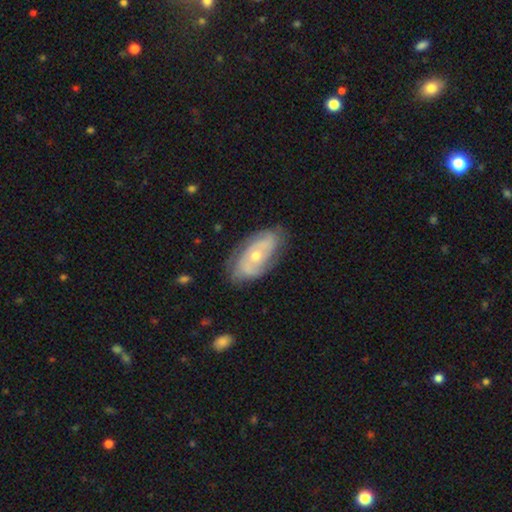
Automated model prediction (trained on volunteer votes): This appears to be a featured or disk galaxy (75%) with no bar (73%), 2 (48%) tight (55%) spiral arms (87%) and a moderate central bulge (55%). Merging: none (74%).